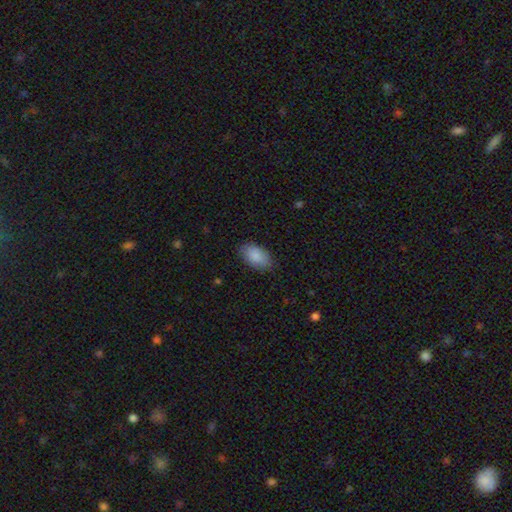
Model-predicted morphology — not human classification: Overall: smooth (88%). How rounded: in between (94%). Merging: none (85%).